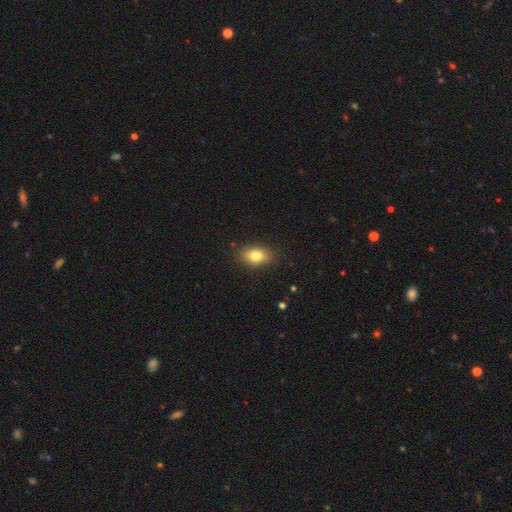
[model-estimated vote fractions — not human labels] A smooth galaxy with no disk features (80%) that is in between round and cigar-shaped (81%). Merging: none (85%).